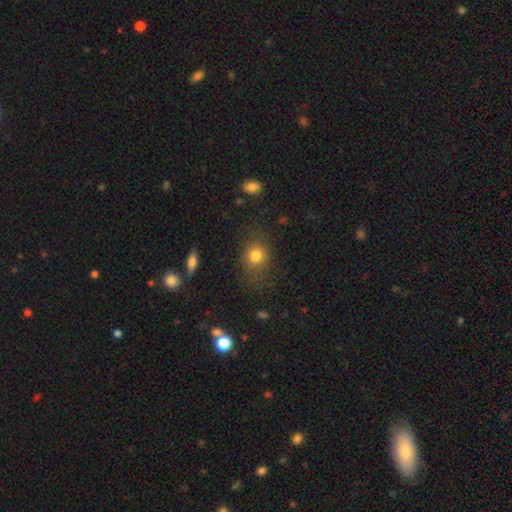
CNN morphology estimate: smooth_or_featured: smooth (p=0.80) [alt: star or artifact p=0.12]
how_rounded: round (p=0.66) [alt: in between p=0.33]
merging: none (p=0.72) [alt: minor disturbance p=0.17]